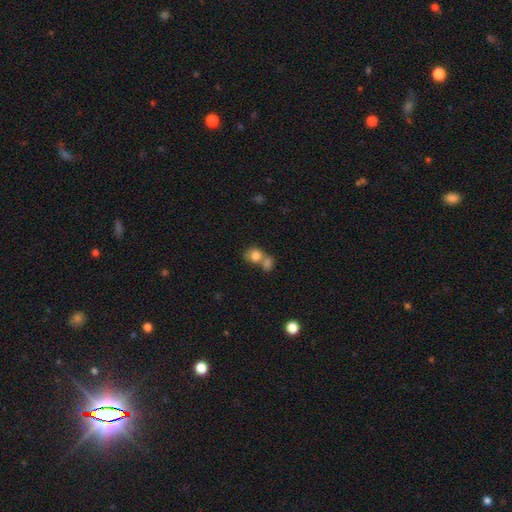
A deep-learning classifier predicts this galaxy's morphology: type=smooth (81%); roundness=round (65%); merging=merger (58%).